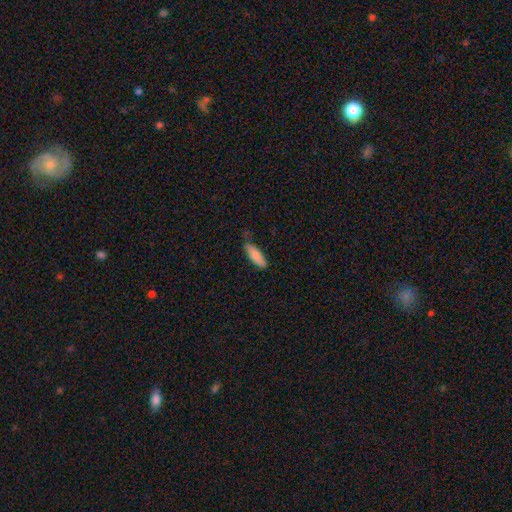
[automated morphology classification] Smooth or featured? Predicted: smooth (p=0.85). How rounded? Predicted: in between (p=0.56). Merging? Predicted: none (p=0.74).